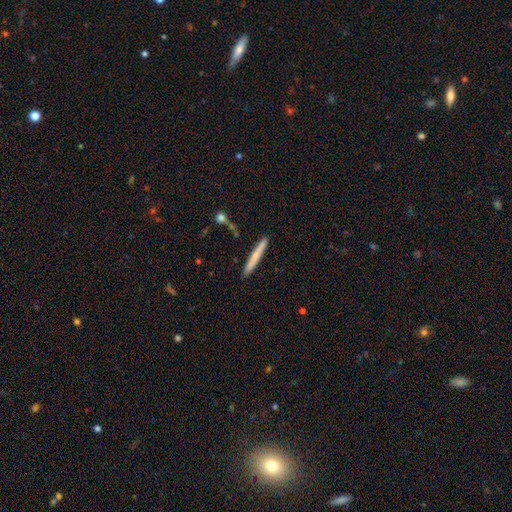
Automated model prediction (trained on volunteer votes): smooth-or-featured: smooth: 66% | featured or disk: 29% | star or artifact: 6%
  how-rounded: cigar-shaped: 96% | in between: 2% | round: 1%
  merging: none: 90% | minor disturbance: 7% | merger: 2% | major disturbance: 1%